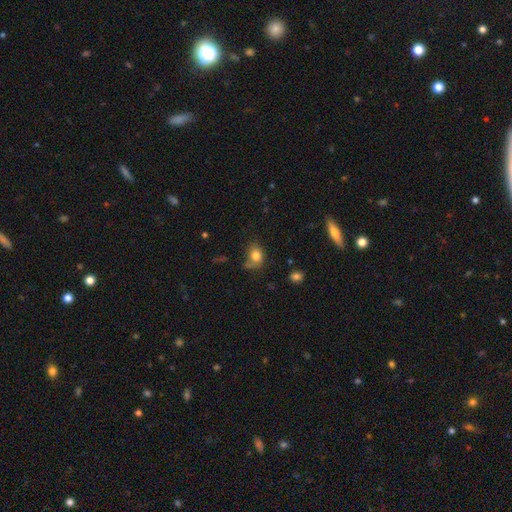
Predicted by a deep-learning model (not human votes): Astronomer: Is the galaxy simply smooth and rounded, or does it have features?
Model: smooth — 79%.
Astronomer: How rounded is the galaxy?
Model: in between — 54% (runner-up: round, 45%).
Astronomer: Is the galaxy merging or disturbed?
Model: none — 53% (runner-up: minor disturbance, 28%).